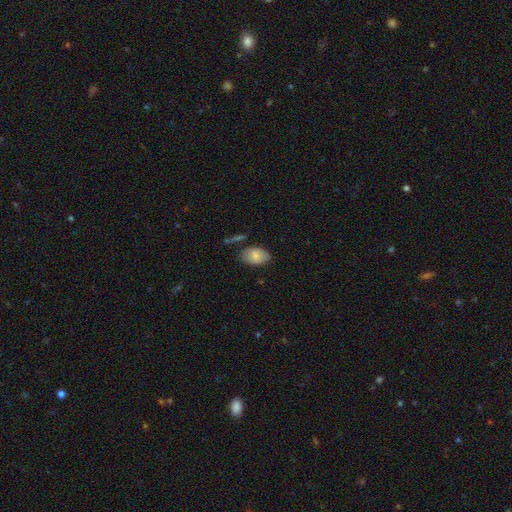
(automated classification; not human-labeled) Morphology: type=smooth (81%); roundness=in between (90%); merging=none (72%).